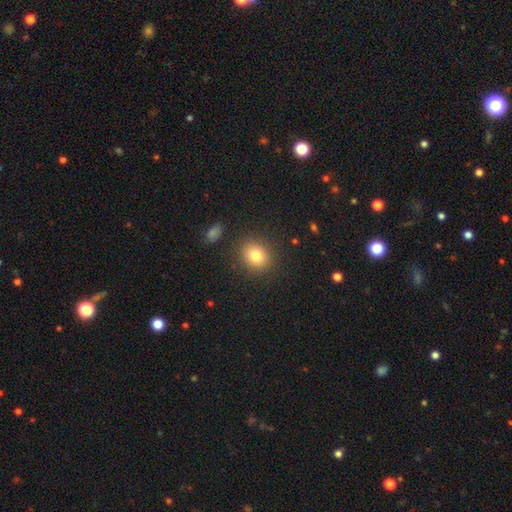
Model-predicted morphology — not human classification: smooth-or-featured: smooth: 81% | star or artifact: 11% | featured or disk: 8%
  how-rounded: round: 71% | in between: 28% | cigar-shaped: 1%
  merging: none: 87% | minor disturbance: 8% | major disturbance: 3% | merger: 2%